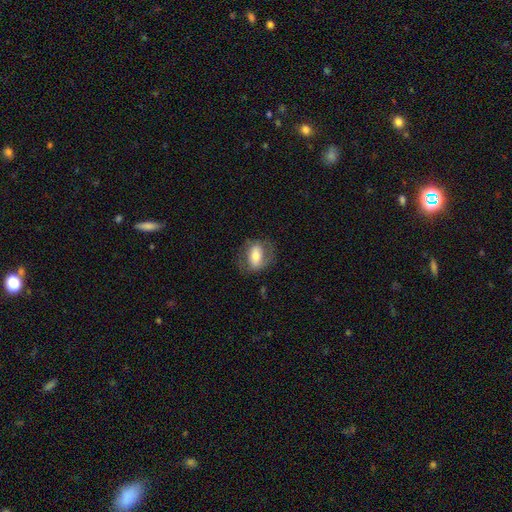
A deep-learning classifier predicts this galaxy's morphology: Smooth or featured? Predicted: smooth (p=0.55). How rounded? Predicted: in between (p=0.80). Merging? Predicted: none (p=0.70).